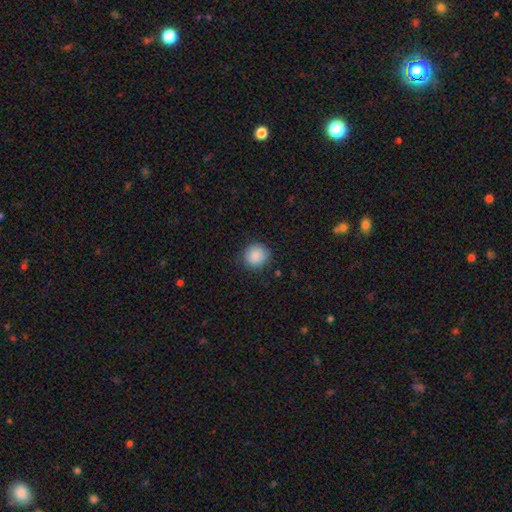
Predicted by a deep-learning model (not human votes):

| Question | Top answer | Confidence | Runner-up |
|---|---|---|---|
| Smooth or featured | smooth | 88% | star or artifact (8%) |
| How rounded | round | 89% | in between (10%) |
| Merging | none | 87% | minor disturbance (9%) |